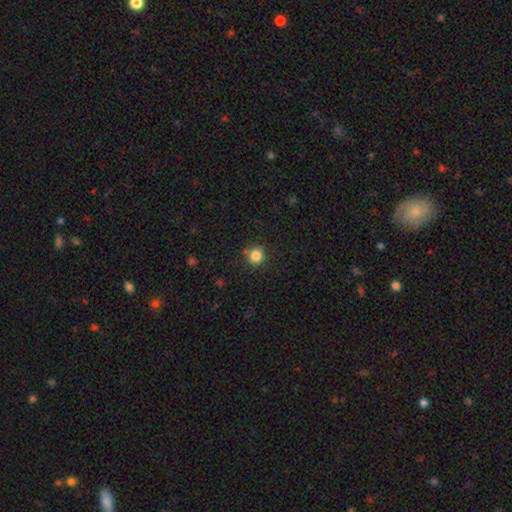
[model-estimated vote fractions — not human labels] Morphology: type=smooth (84%); roundness=round (93%); merging=none (88%).